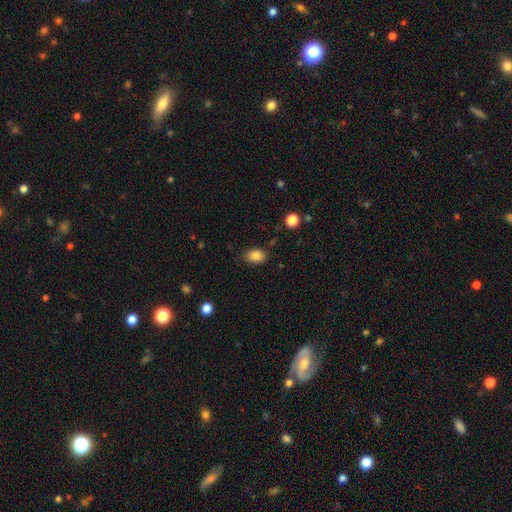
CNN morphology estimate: smooth-or-featured: smooth: 84% | star or artifact: 9% | featured or disk: 6%
  how-rounded: in between: 78% | round: 21% | cigar-shaped: 1%
  merging: none: 75% | minor disturbance: 19% | major disturbance: 3% | merger: 2%